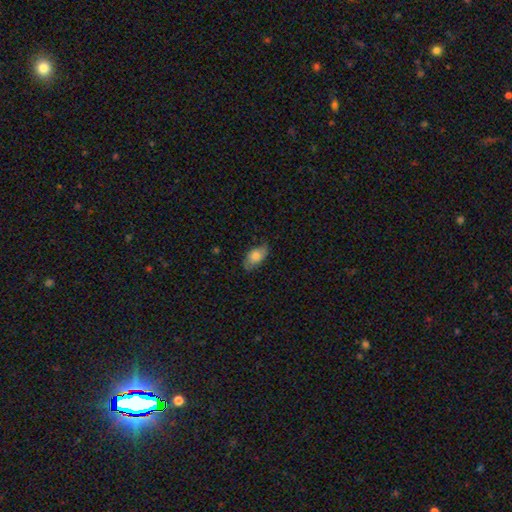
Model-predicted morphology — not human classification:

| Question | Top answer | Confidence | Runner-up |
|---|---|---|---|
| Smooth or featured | smooth | 75% | featured or disk (18%) |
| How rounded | in between | 91% | round (5%) |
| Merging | none | 69% | minor disturbance (24%) |